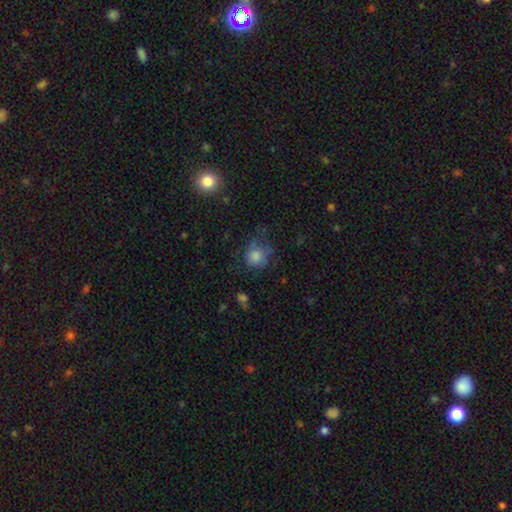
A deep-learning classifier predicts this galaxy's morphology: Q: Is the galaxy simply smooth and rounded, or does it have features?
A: smooth — 75%.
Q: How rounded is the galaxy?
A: round — 76%.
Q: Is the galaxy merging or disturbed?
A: none — 47%.